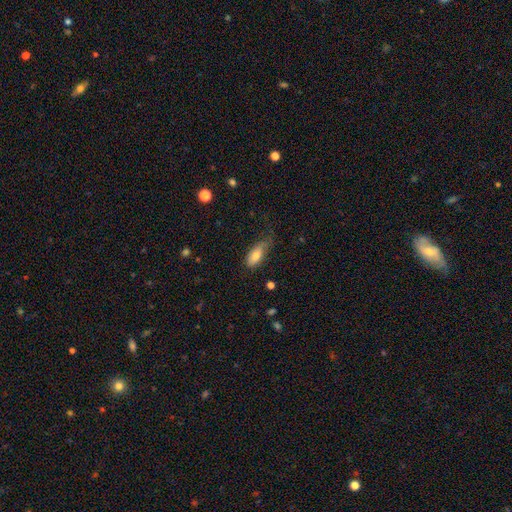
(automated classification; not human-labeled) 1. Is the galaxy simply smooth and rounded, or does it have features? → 78% smooth, 15% featured or disk, 7% star or artifact.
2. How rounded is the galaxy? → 83% in between, 15% cigar-shaped, 3% round.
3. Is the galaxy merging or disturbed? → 49% none, 36% minor disturbance, 13% major disturbance, 2% merger.